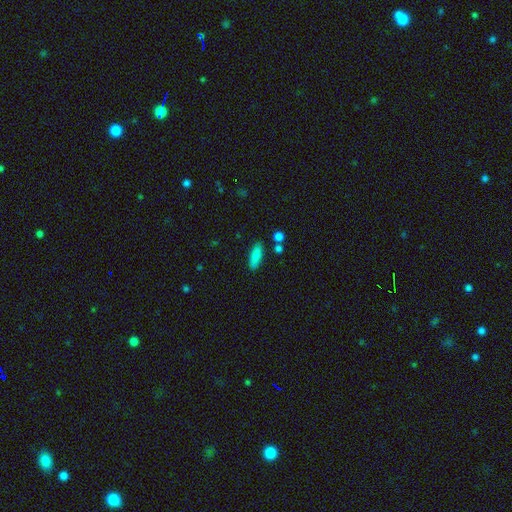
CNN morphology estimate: Smooth or featured? smooth (86%)
How rounded? in between (53%)
Merging? none (82%)